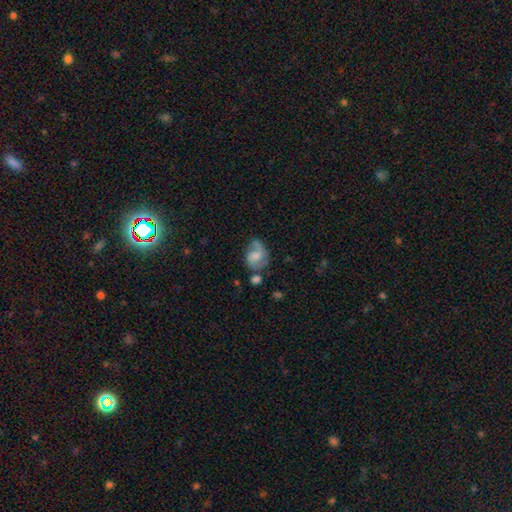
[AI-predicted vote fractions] featured or disk 63%, smooth 29%, star or artifact 8%. Down the decision tree: edge-on disk — no (98%); bar — weak (46%); spiral arms — yes (87%); spiral arm count — 2 (76%); spiral winding — medium (45%); bulge size — moderate (34%); merging — none (48%).